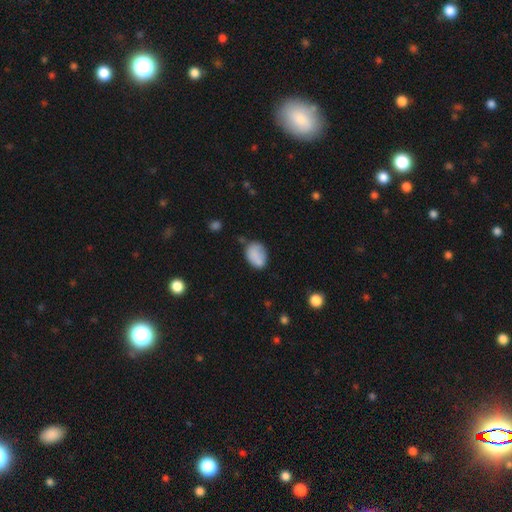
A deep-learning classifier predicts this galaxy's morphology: A smooth galaxy with no disk features (84%) that is in between round and cigar-shaped (75%).

Vote fractions:
- Smooth or featured? smooth: 84% / star or artifact: 9% / featured or disk: 8%
- How rounded? in between: 75% / round: 24% / cigar-shaped: 1%
- Merging? none: 59% / minor disturbance: 27% / major disturbance: 8% / merger: 6%